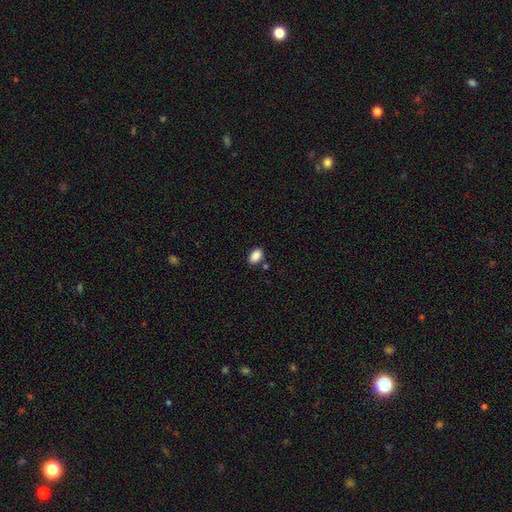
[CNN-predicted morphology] A smooth galaxy with no disk features (89%) that is in between round and cigar-shaped (90%).

Vote fractions:
- Smooth or featured? smooth: 89% / star or artifact: 8% / featured or disk: 3%
- How rounded? in between: 90% / round: 9% / cigar-shaped: 2%
- Merging? none: 82% / minor disturbance: 11% / merger: 4% / major disturbance: 2%